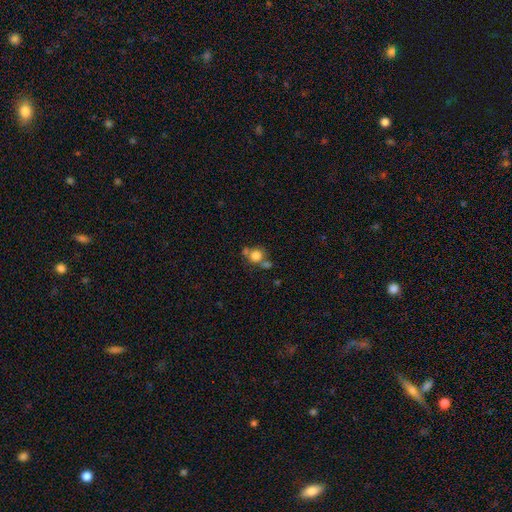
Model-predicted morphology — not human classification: The model was most divided on "merging": none: 50%, merger: 31%, minor disturbance: 13%, major disturbance: 7%. More confident: how rounded — round (82%); smooth or featured — smooth (75%).